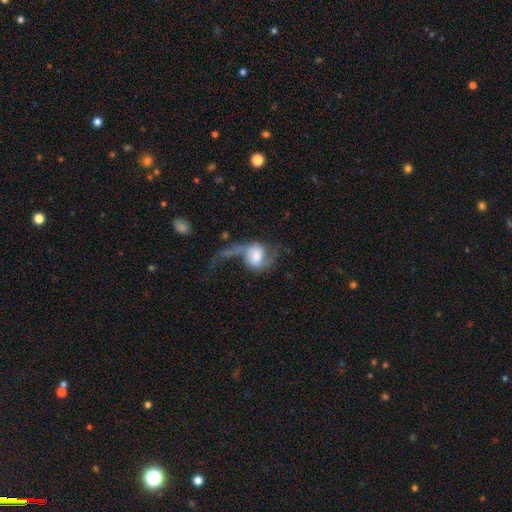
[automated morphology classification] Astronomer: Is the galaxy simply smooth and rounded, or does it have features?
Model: featured or disk — 62%.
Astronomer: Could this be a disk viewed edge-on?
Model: no — 97%.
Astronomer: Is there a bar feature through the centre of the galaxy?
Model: no — 58%.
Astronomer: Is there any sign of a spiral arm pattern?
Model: yes — 83%.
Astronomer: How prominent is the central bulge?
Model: moderate — 41% (runner-up: large, 27%).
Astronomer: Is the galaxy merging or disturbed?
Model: major disturbance — 51%.